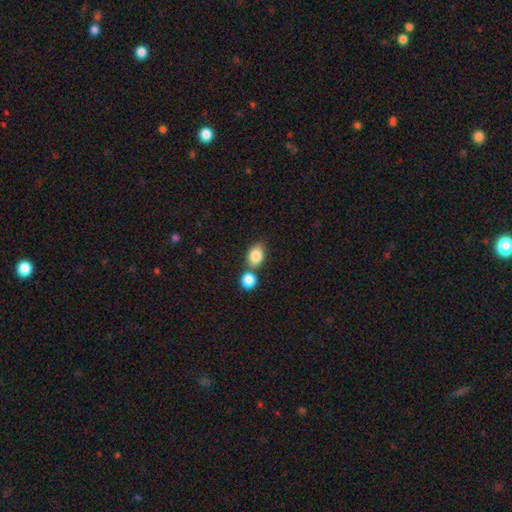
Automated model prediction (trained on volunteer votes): smooth-or-featured: smooth: 83% | star or artifact: 9% | featured or disk: 8%
  how-rounded: in between: 76% | round: 23% | cigar-shaped: 2%
  merging: none: 58% | merger: 28% | minor disturbance: 11% | major disturbance: 3%